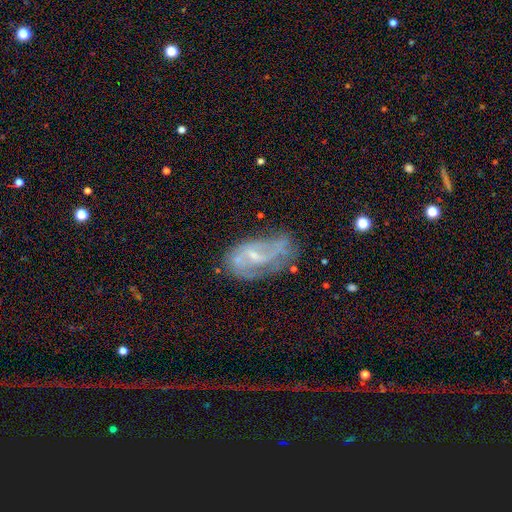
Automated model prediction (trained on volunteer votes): smooth-or-featured: featured or disk: 65% | smooth: 22% | star or artifact: 12%
  disk-edge-on: no: 95% | yes: 5%
    bar: no: 44% | weak: 43% | strong: 12%
    has-spiral-arms: yes: 71% | no: 29%
    bulge-size: small: 56% | moderate: 22% | none: 20% | large: 2% | dominant: 1%
  merging: none: 44% | minor disturbance: 26% | major disturbance: 24% | merger: 6%